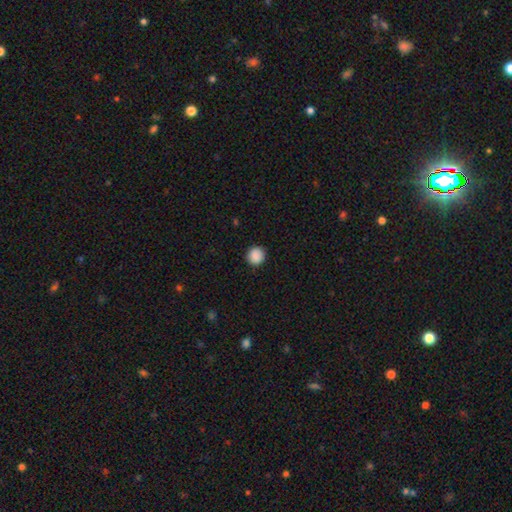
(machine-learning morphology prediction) Smooth or featured?
  - smooth: 89% *
  - star or artifact: 8%
  - featured or disk: 2%
How rounded?
  - round: 94% *
  - in between: 5%
  - cigar-shaped: 1%
Merging?
  - none: 92% *
  - minor disturbance: 5%
  - major disturbance: 2%
  - merger: 1%